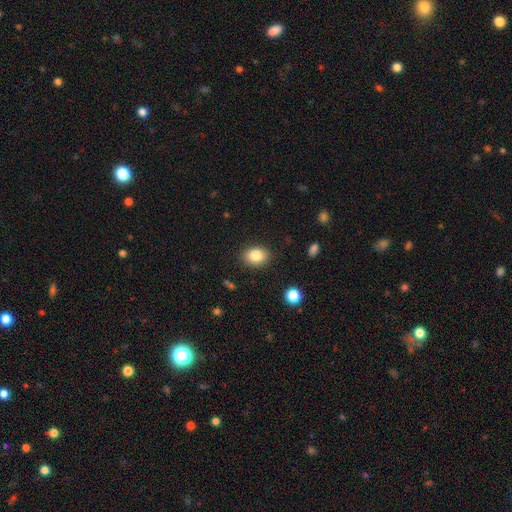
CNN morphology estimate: A smooth galaxy with no disk features (84%) that is in between round and cigar-shaped (66%). Merging: none (88%).